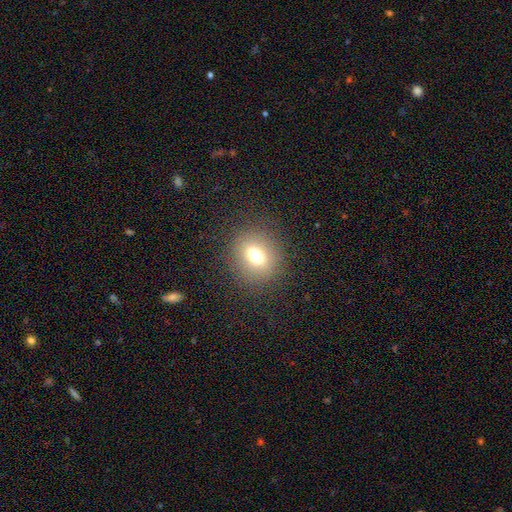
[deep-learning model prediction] This appears to be a smooth galaxy with no disk features (71%) that is round (62%). Merging: none (85%).